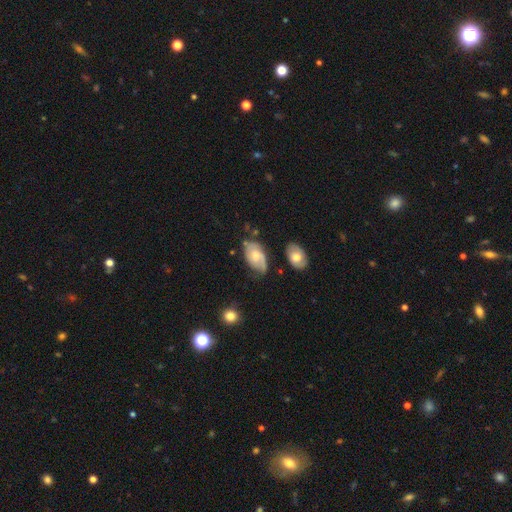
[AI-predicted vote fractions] This is possibly a featured or disk galaxy (51%). It is clearly not viewed edge-on (94%). Merging: possibly none (53%).